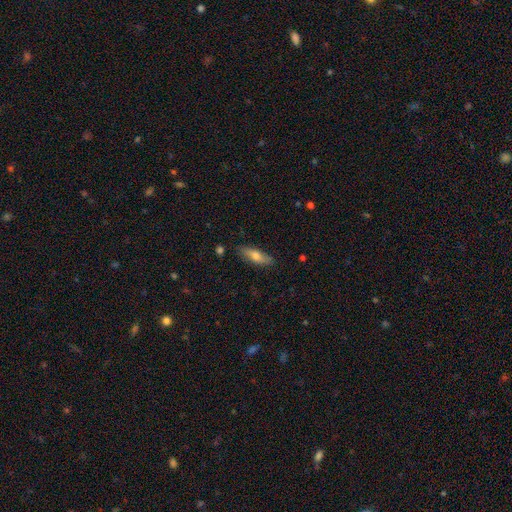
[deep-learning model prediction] A smooth galaxy with no disk features (64%) that is cigar-shaped (52%).

Vote fractions:
- Smooth or featured? smooth: 64% / featured or disk: 29% / star or artifact: 7%
- How rounded? cigar-shaped: 52% / in between: 45% / round: 3%
- Merging? none: 85% / minor disturbance: 11% / major disturbance: 2% / merger: 1%